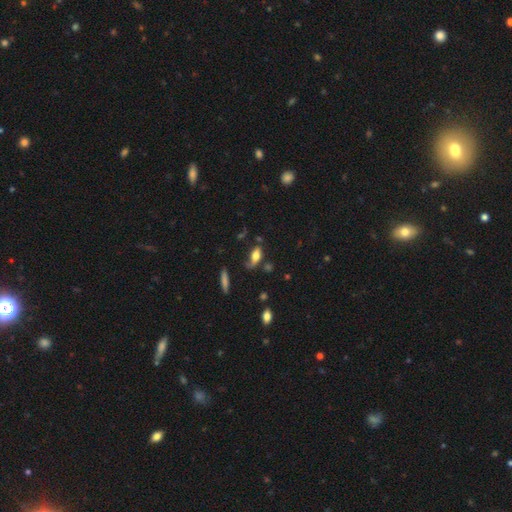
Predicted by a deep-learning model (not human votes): Q: Smooth or featured?
A: smooth (64%); runner-up: featured or disk (27%)
Q: How rounded?
A: in between (79%); runner-up: cigar-shaped (15%)
Q: Merging?
A: none (47%); runner-up: minor disturbance (27%)